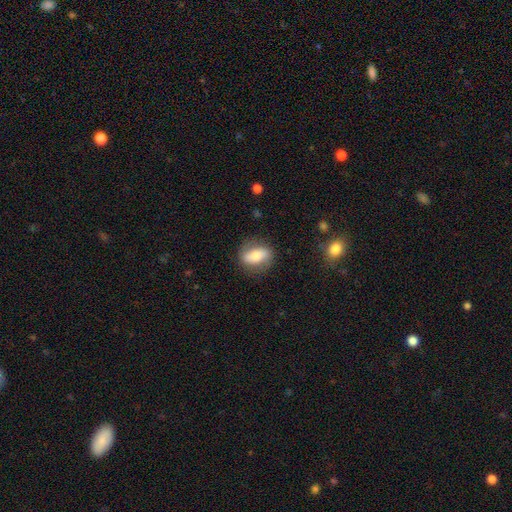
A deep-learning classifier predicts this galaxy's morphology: Overall: smooth (56%; featured or disk 37%). How rounded: in between (76%). Merging: none (80%).